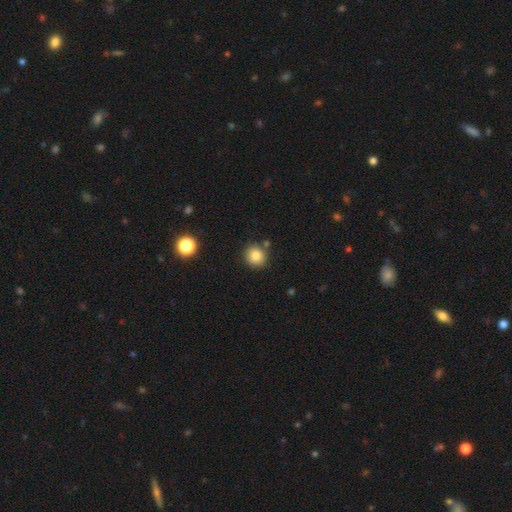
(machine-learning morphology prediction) The model was most divided on "smooth or featured": smooth: 83%, star or artifact: 11%, featured or disk: 6%. More confident: how rounded — round (86%); merging — none (83%).